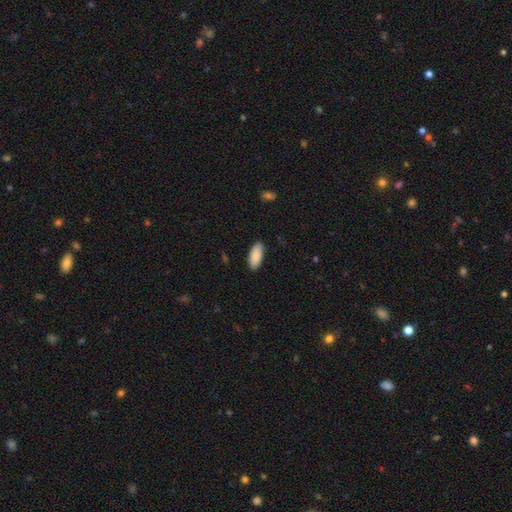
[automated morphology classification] The model was most divided on "how rounded": in between: 87%, cigar-shaped: 12%, round: 2%. More confident: smooth or featured — smooth (89%); merging — none (88%).